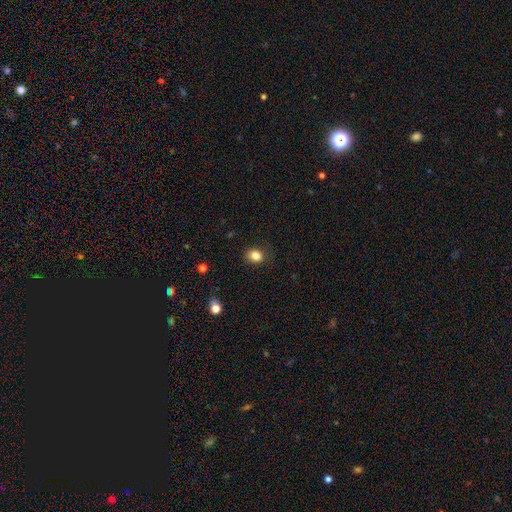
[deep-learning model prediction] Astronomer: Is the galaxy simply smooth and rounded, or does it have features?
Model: smooth — 83%.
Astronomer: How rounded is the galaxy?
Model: round — 57% (runner-up: in between, 42%).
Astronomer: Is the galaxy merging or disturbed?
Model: none — 84%.